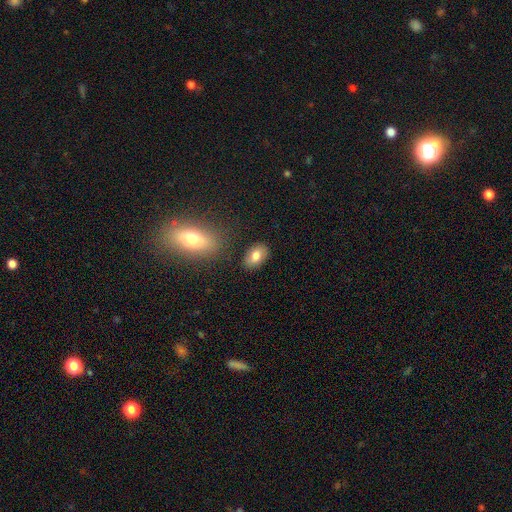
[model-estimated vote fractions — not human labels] Smooth or featured: smooth — 79% (featured or disk — 13%)
How rounded: in between — 87% (round — 11%)
Merging: none — 81% (minor disturbance — 12%)